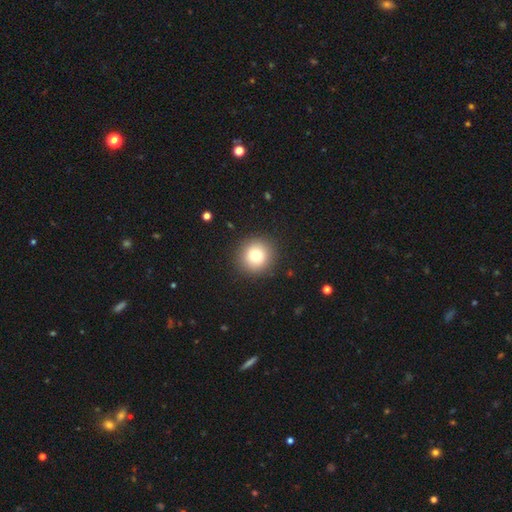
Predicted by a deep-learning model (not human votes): smooth-or-featured: smooth: 79% | star or artifact: 11% | featured or disk: 10%
  how-rounded: round: 93% | in between: 6% | cigar-shaped: 1%
  merging: none: 91% | minor disturbance: 6% | major disturbance: 2% | merger: 1%